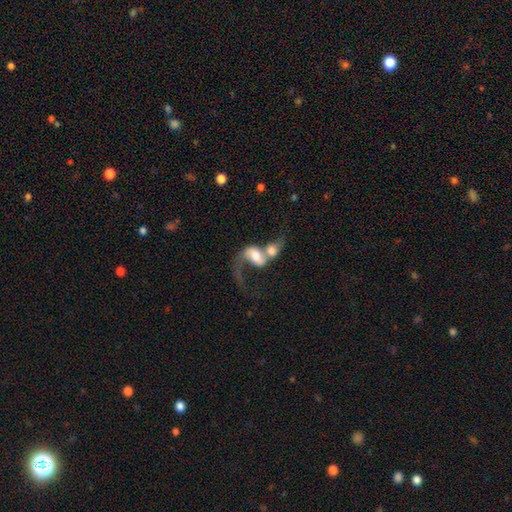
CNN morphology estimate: Q: Smooth or featured?
A: featured or disk (55%); runner-up: smooth (37%)
Q: Edge-on disk?
A: no (95%); runner-up: yes (5%)
Q: Bar?
A: no (54%); runner-up: weak (31%)
Q: Spiral arms?
A: yes (75%); runner-up: no (25%)
Q: Bulge size?
A: large (34%); runner-up: moderate (29%)
Q: Merging?
A: merger (76%); runner-up: major disturbance (13%)